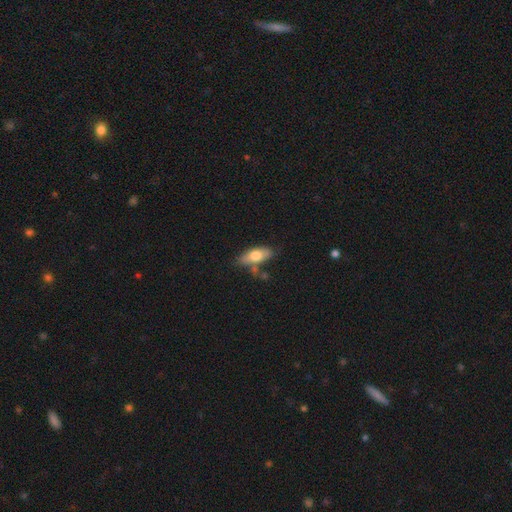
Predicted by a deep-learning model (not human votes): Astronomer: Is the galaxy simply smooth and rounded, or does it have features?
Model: smooth — 70%.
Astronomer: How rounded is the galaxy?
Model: in between — 82%.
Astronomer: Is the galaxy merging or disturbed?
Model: none — 58%.